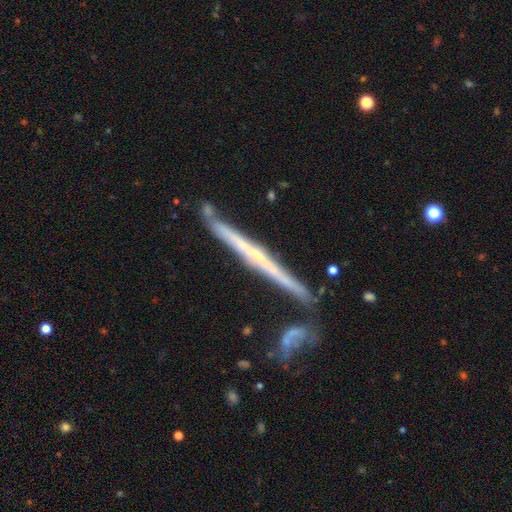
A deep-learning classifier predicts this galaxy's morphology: Smooth or featured? Predicted: featured or disk (p=0.74). Edge-on disk? Predicted: yes (p=0.96). Edge-on bulge? Predicted: none (p=0.63). Merging? Predicted: none (p=0.77).